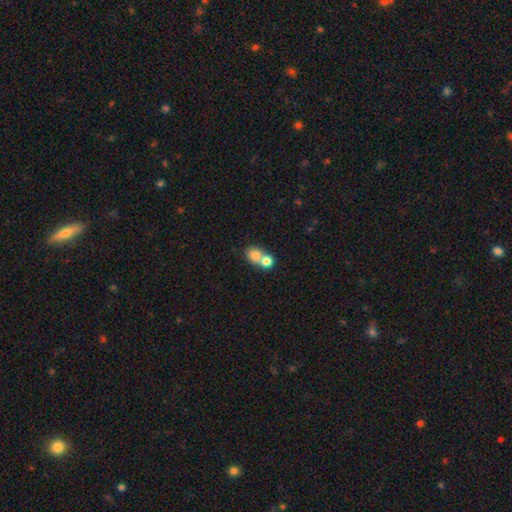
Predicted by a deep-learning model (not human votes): The model was most divided on "how rounded": round: 60%, in between: 39%, cigar-shaped: 1%. More confident: smooth or featured — smooth (78%); merging — merger (64%).